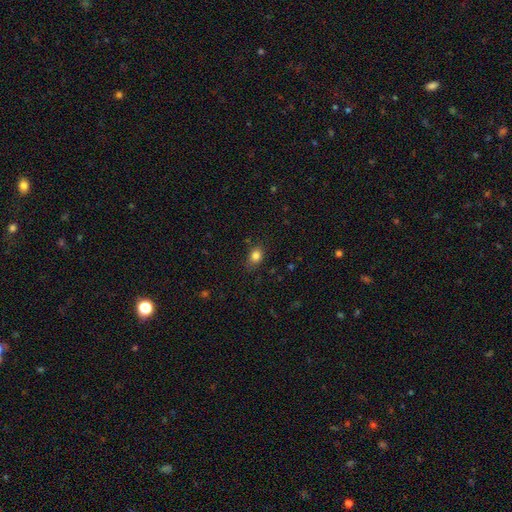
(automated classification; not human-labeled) Smooth or featured? smooth (83%)
How rounded? in between (61%)
Merging? none (78%)